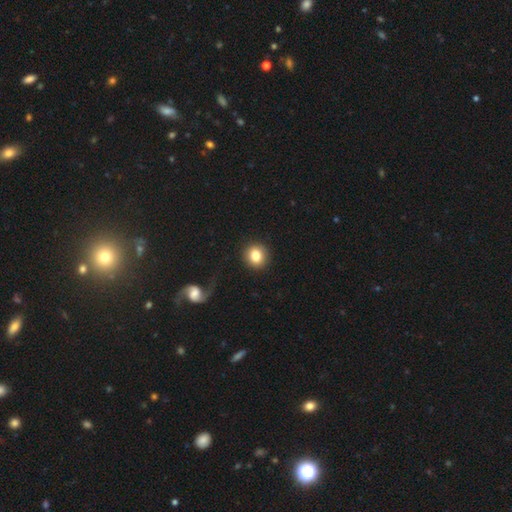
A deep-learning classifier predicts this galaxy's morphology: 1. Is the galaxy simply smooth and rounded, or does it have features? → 82% smooth, 10% featured or disk, 8% star or artifact.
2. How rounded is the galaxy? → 87% round, 12% in between, 1% cigar-shaped.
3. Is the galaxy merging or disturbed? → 88% none, 6% minor disturbance, 4% major disturbance, 2% merger.